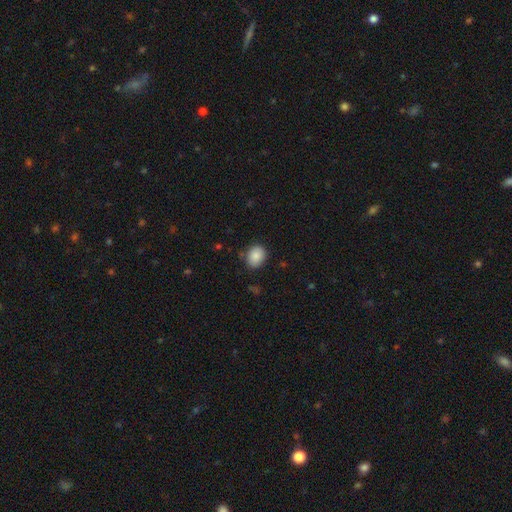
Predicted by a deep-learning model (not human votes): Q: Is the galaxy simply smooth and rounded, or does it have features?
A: smooth — 87%.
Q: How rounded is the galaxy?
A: round — 57%.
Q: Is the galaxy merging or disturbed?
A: none — 80%.